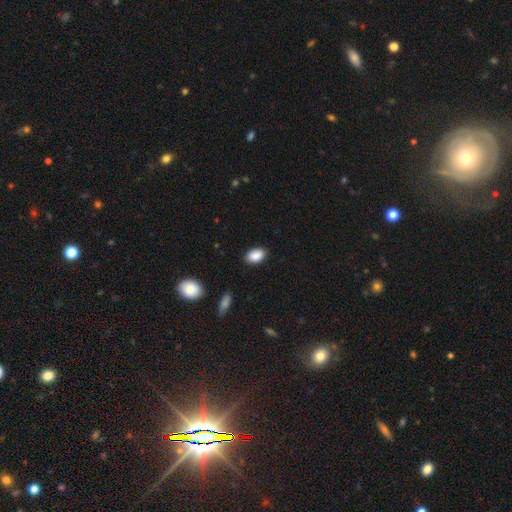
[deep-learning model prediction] This is clearly a smooth galaxy (89%). How rounded: clearly in between (90%). Merging: clearly none (87%).